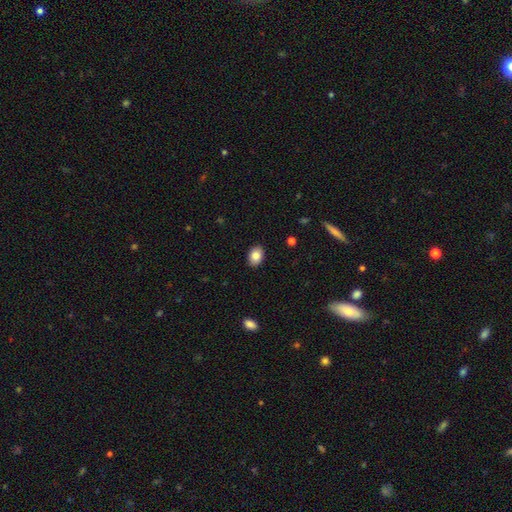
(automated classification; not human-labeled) This is clearly a smooth galaxy (85%). How rounded: likely in between (79%). Merging: clearly none (89%).